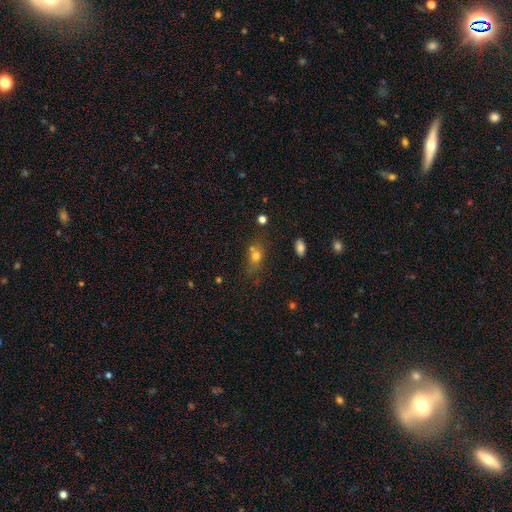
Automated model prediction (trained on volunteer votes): Q: Smooth or featured?
A: smooth (70%); runner-up: star or artifact (15%)
Q: How rounded?
A: in between (58%); runner-up: round (37%)
Q: Merging?
A: none (53%); runner-up: merger (21%)